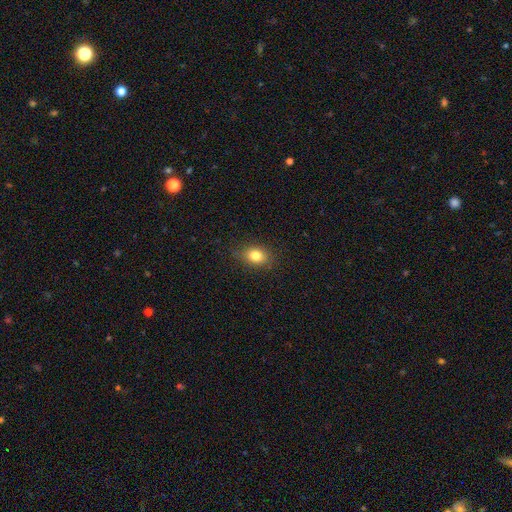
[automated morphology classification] smooth_or_featured: smooth (p=0.80) [alt: star or artifact p=0.11]
how_rounded: in between (p=0.65) [alt: round p=0.33]
merging: none (p=0.84) [alt: minor disturbance p=0.12]